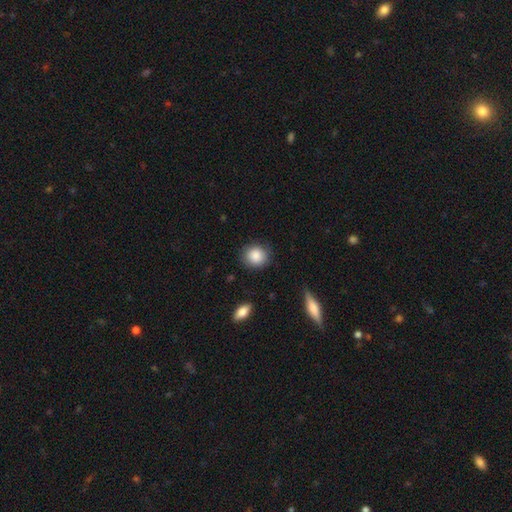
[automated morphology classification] smooth-or-featured: smooth: 87% | star or artifact: 8% | featured or disk: 5%
  how-rounded: round: 82% | in between: 17% | cigar-shaped: 1%
  merging: none: 85% | minor disturbance: 11% | major disturbance: 3% | merger: 1%